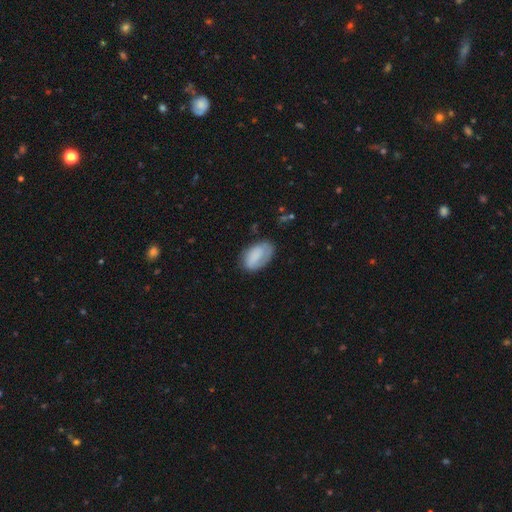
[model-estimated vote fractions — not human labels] Overall: smooth (77%). How rounded: in between (93%). Merging: none (65%).